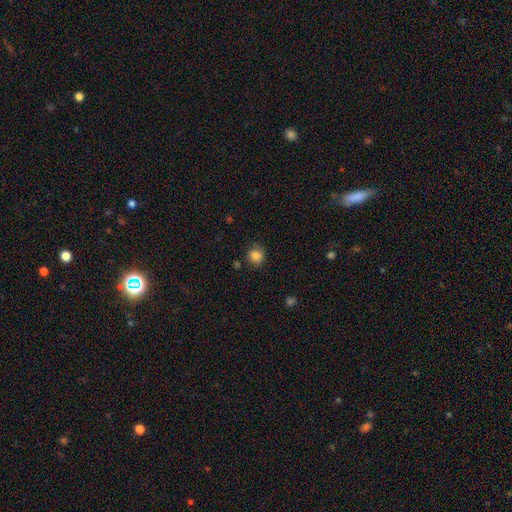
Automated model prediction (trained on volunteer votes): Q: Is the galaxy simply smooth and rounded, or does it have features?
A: smooth — 84%.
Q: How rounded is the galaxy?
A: round — 84%.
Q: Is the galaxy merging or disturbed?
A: none — 80%.